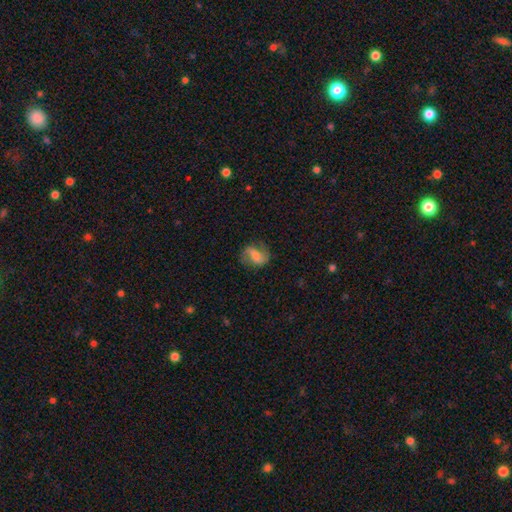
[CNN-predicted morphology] The model was most divided on "bulge size": moderate: 41%, small: 40%, none: 10%, large: 7%, dominant: 2%. Remaining: edge-on disk — no (97%); spiral arms — yes (90%); spiral arm count — 2 (87%); merging — none (72%); smooth or featured — featured or disk (66%); spiral winding — medium (43%); bar — weak (41%).